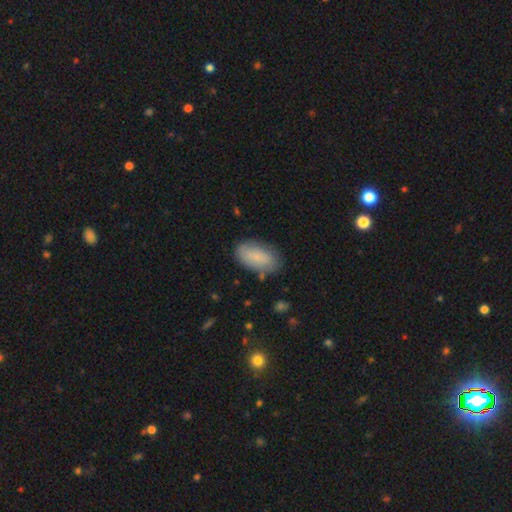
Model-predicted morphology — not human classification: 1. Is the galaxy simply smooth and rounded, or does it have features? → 81% smooth, 12% featured or disk, 7% star or artifact.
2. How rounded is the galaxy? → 93% in between, 3% round, 3% cigar-shaped.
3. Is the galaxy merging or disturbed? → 79% none, 16% minor disturbance, 4% major disturbance, 2% merger.